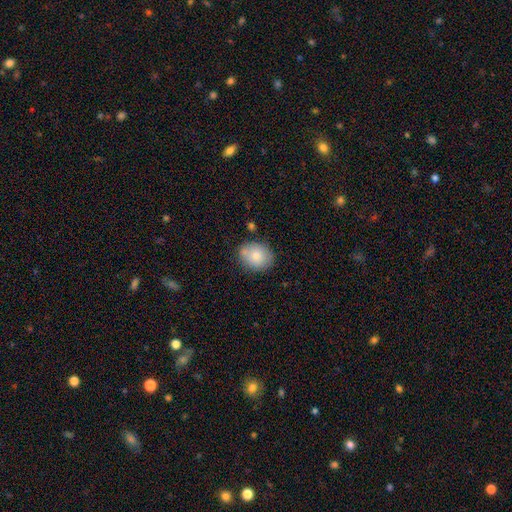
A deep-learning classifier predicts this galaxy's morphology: This appears to be a smooth galaxy with no disk features (81%) that is round (60%). Merging: none (71%).